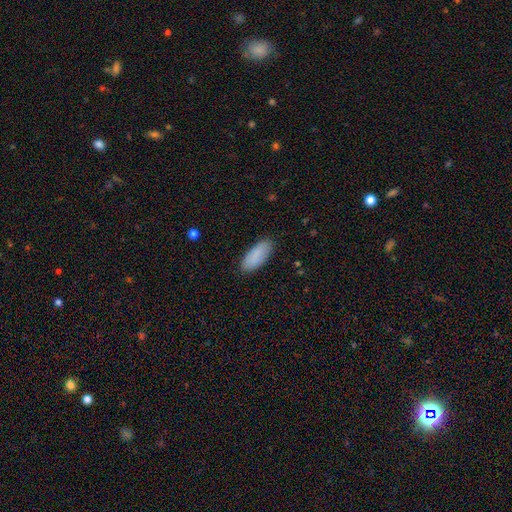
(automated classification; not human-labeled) Overall: smooth (89%). How rounded: in between (83%). Merging: none (88%).